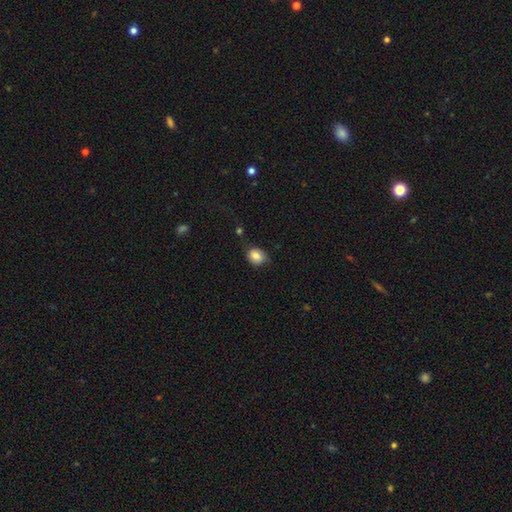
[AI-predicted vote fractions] smooth 79%, featured or disk 12%, star or artifact 9%. Down the decision tree: how rounded — round (51%); merging — none (67%).